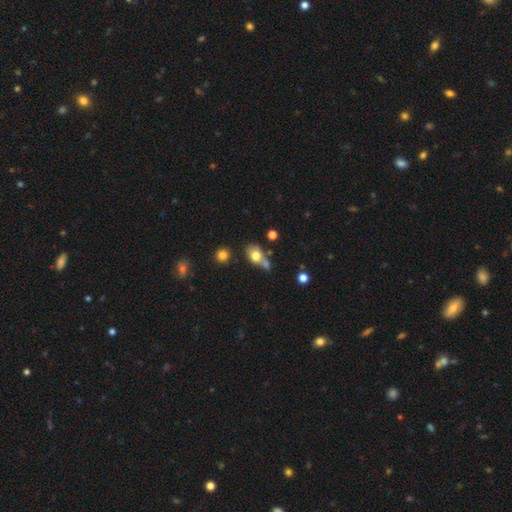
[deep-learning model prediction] This is likely a smooth galaxy (75%). How rounded: possibly in between (59%). Merging: marginally none (40%).